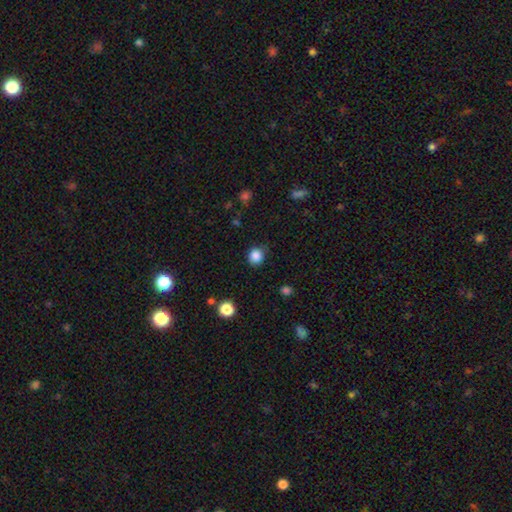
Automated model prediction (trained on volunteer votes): smooth_or_featured: smooth (p=0.85) [alt: star or artifact p=0.11]
how_rounded: round (p=0.80) [alt: in between p=0.19]
merging: none (p=0.79) [alt: minor disturbance p=0.16]